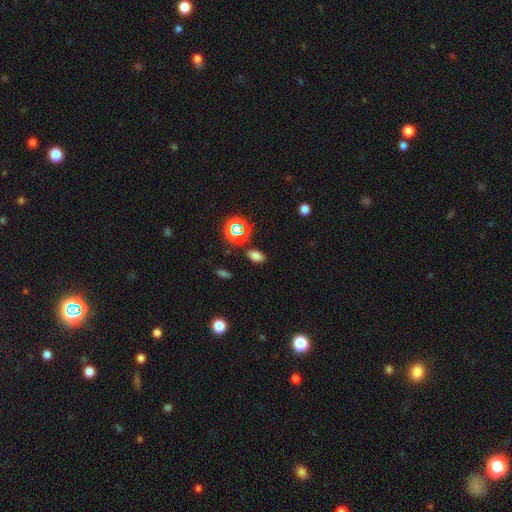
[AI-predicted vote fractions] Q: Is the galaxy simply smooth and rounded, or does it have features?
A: smooth — 73%.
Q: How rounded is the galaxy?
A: in between — 84%.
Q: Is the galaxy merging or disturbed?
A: none — 84%.